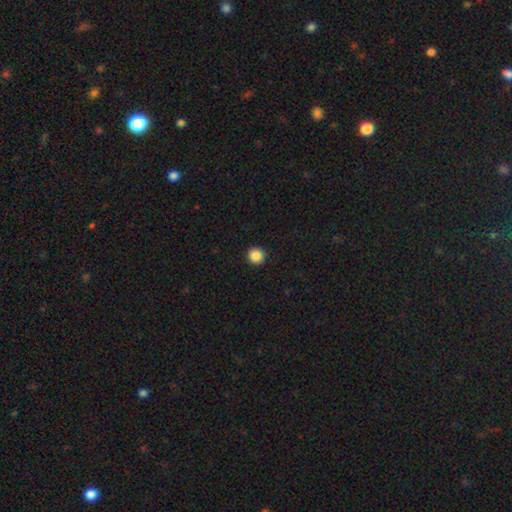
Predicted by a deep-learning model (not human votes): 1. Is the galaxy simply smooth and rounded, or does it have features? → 87% smooth, 10% star or artifact, 3% featured or disk.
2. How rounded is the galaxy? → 96% round, 3% in between, 1% cigar-shaped.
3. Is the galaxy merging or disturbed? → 94% none, 4% minor disturbance, 1% major disturbance, 1% merger.